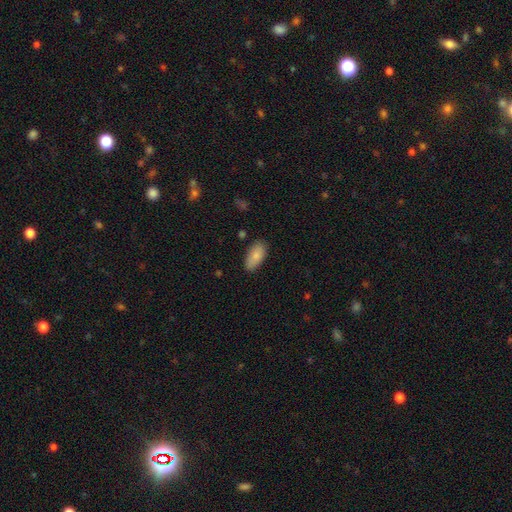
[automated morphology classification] Smooth or featured: smooth — 85% (featured or disk — 9%)
How rounded: in between — 91% (cigar-shaped — 7%)
Merging: none — 83% (minor disturbance — 13%)